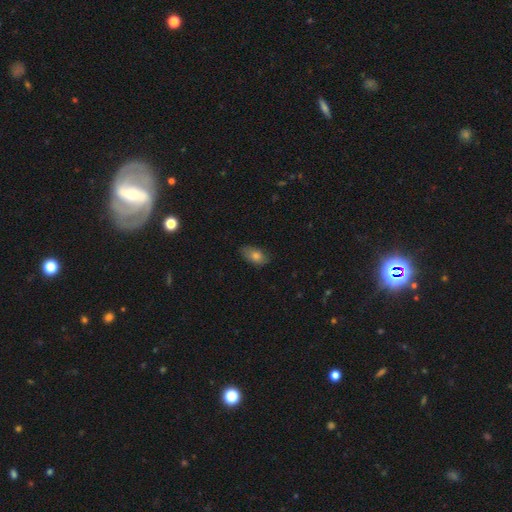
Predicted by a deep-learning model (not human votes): smooth 75%, featured or disk 15%, star or artifact 9%. Down the decision tree: how rounded — in between (89%); merging — none (75%).